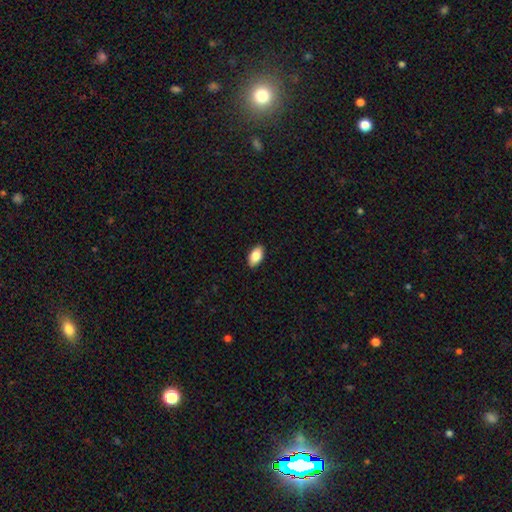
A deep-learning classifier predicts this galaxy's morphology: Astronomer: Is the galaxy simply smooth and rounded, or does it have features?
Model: smooth — 85%.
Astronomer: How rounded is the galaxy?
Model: in between — 94%.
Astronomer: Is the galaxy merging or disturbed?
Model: none — 90%.